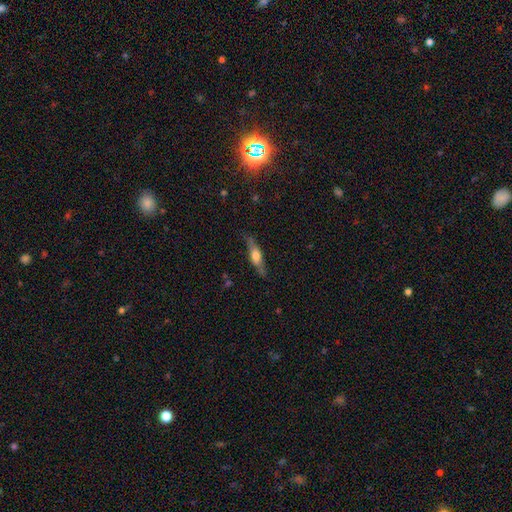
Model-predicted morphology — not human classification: This appears to be a featured or disk galaxy (53%) viewed edge-on (87%). Merging: none (77%).